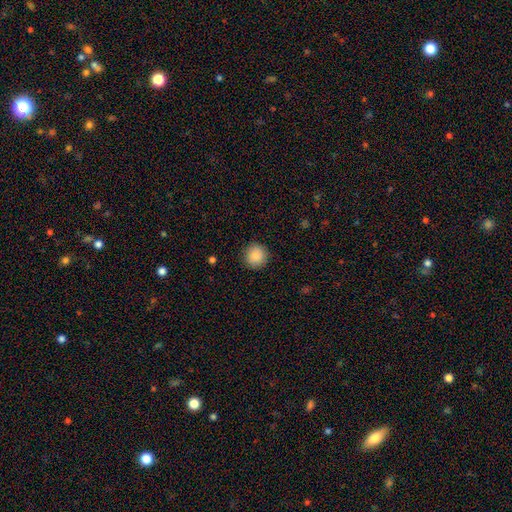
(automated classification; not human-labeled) A smooth galaxy with no disk features (88%) that is round (94%).

Vote fractions:
- Smooth or featured? smooth: 88% / star or artifact: 8% / featured or disk: 4%
- How rounded? round: 94% / in between: 5% / cigar-shaped: 1%
- Merging? none: 92% / minor disturbance: 6% / major disturbance: 2% / merger: 1%